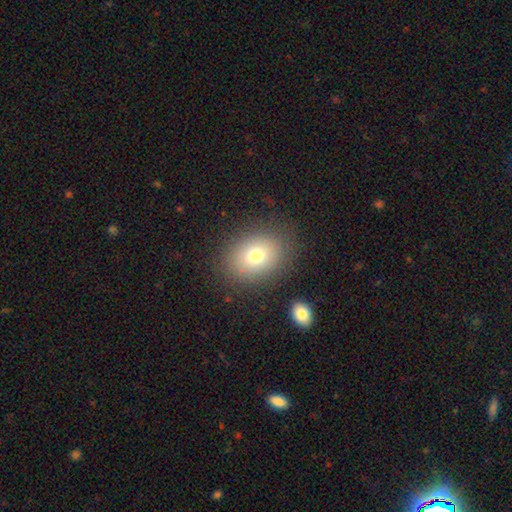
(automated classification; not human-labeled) Smooth or featured: smooth — 75% (featured or disk — 13%)
How rounded: in between — 58% (round — 41%)
Merging: none — 83% (minor disturbance — 10%)